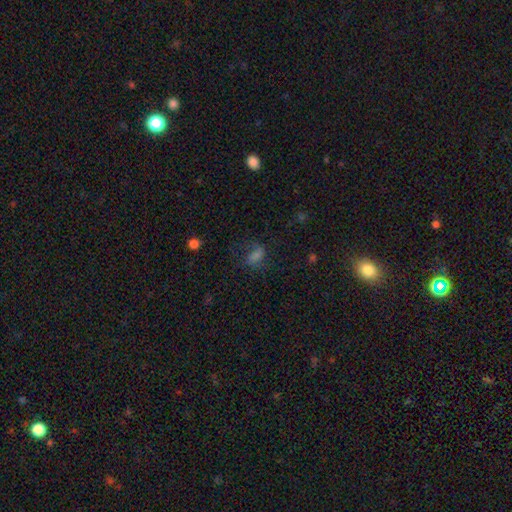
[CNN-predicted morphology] The model was most divided on "smooth or featured": smooth: 47%, featured or disk: 28%, star or artifact: 25%. More confident: merging — none (58%).